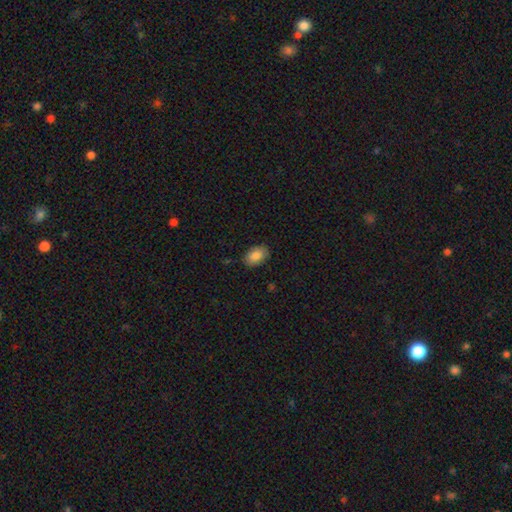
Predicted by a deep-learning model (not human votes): Q: Smooth or featured?
A: smooth (88%); runner-up: star or artifact (7%)
Q: How rounded?
A: in between (91%); runner-up: round (8%)
Q: Merging?
A: none (85%); runner-up: minor disturbance (11%)